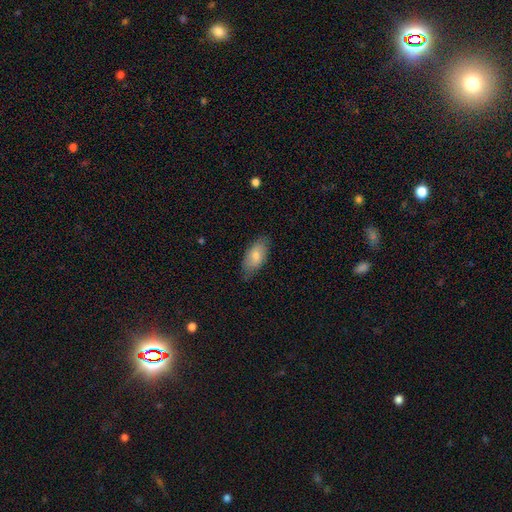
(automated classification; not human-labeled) Smooth or featured? smooth (76%)
How rounded? in between (92%)
Merging? none (77%)